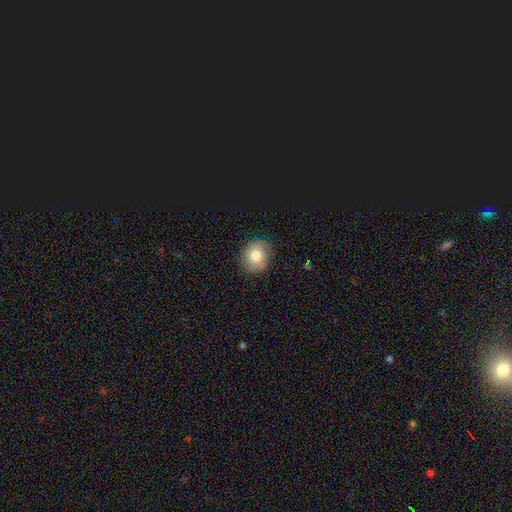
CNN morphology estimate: type=smooth (80%); roundness=round (72%); merging=none (84%).